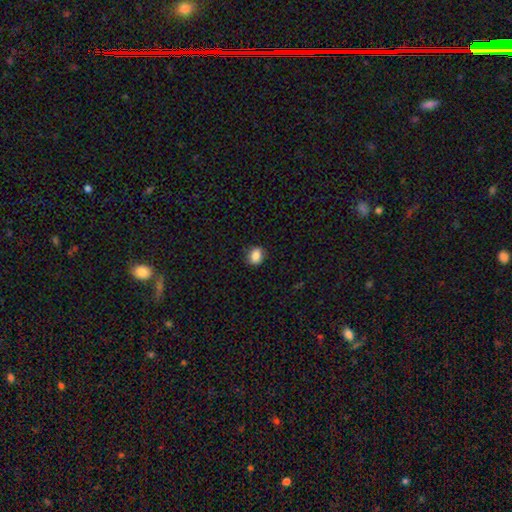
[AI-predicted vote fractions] smooth-or-featured: smooth: 87% | star or artifact: 9% | featured or disk: 4%
  how-rounded: round: 50% | in between: 49% | cigar-shaped: 1%
  merging: none: 85% | minor disturbance: 11% | major disturbance: 2% | merger: 1%